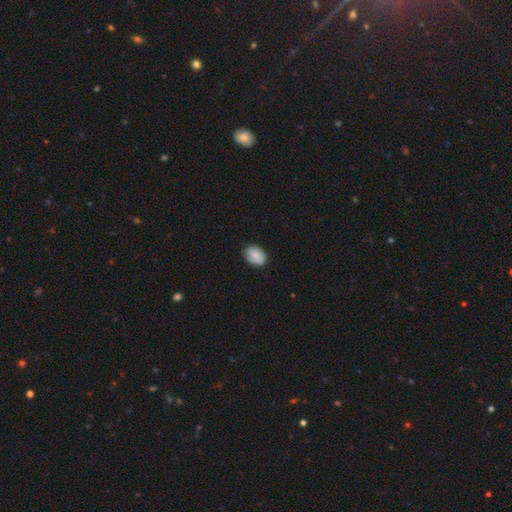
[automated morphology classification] A smooth galaxy with no disk features (77%) that is in between round and cigar-shaped (73%).

Vote fractions:
- Smooth or featured? smooth: 77% / featured or disk: 16% / star or artifact: 7%
- How rounded? in between: 73% / round: 25% / cigar-shaped: 1%
- Merging? none: 82% / minor disturbance: 15% / major disturbance: 3% / merger: 1%